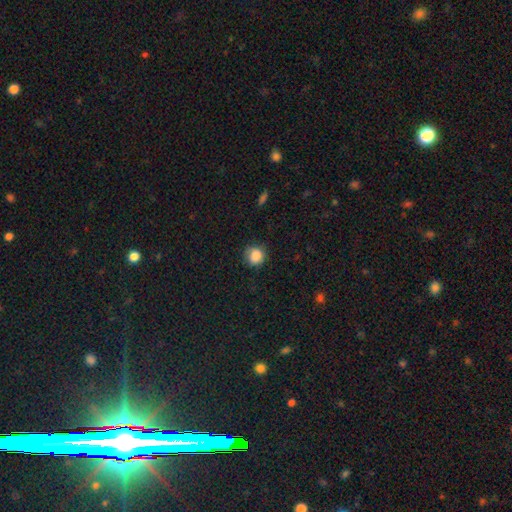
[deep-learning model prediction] Smooth or featured? smooth (86%)
How rounded? round (86%)
Merging? none (75%)